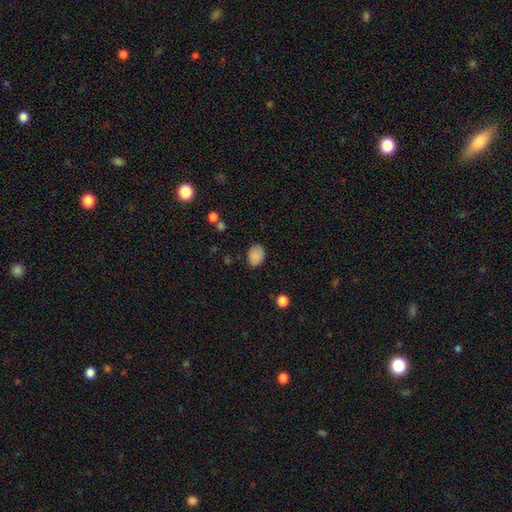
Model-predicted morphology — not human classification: Overall: smooth (87%). How rounded: in between (58%; round 41%). Merging: none (81%).